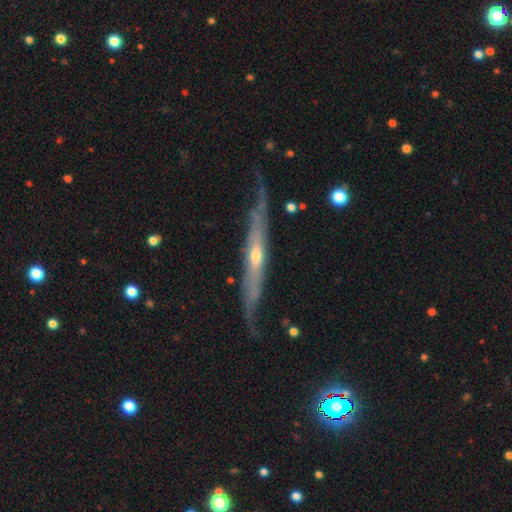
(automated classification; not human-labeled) Smooth or featured? featured or disk (81%)
Edge-on disk? yes (80%)
Edge-on bulge? rounded (68%)
Merging? none (66%)